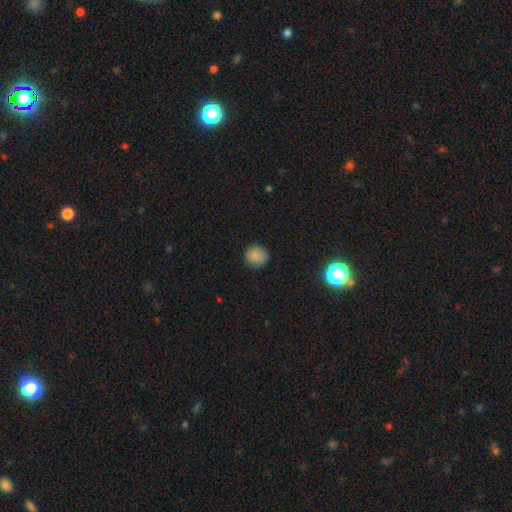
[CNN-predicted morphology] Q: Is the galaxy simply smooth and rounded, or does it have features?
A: smooth — 86%.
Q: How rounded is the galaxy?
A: round — 90%.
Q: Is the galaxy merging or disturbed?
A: none — 88%.